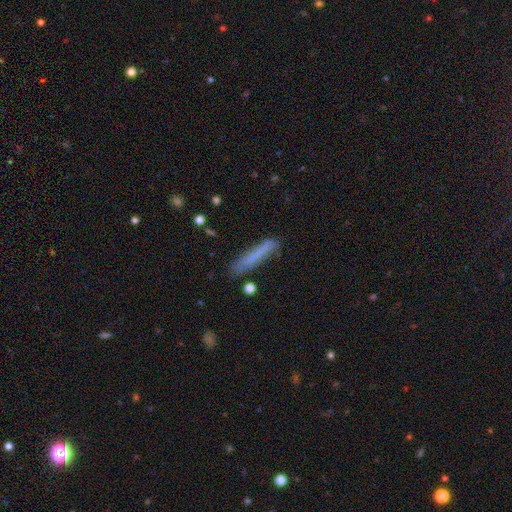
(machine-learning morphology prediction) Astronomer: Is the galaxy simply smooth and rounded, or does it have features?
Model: smooth — 72%.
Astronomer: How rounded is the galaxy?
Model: cigar-shaped — 94%.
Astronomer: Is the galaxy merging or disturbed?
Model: none — 84%.